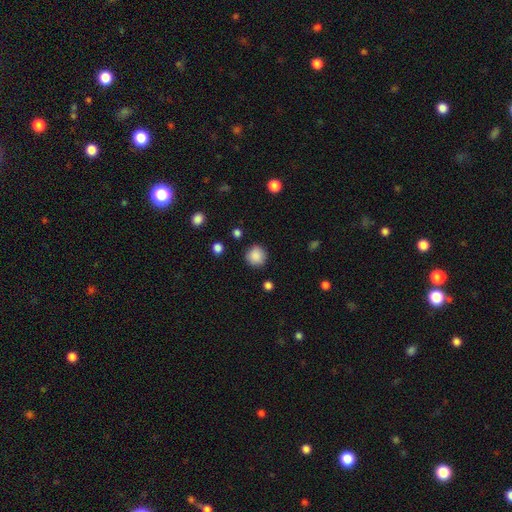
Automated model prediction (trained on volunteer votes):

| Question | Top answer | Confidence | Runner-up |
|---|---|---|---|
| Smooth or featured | smooth | 87% | star or artifact (9%) |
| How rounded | round | 91% | in between (8%) |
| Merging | none | 87% | minor disturbance (9%) |